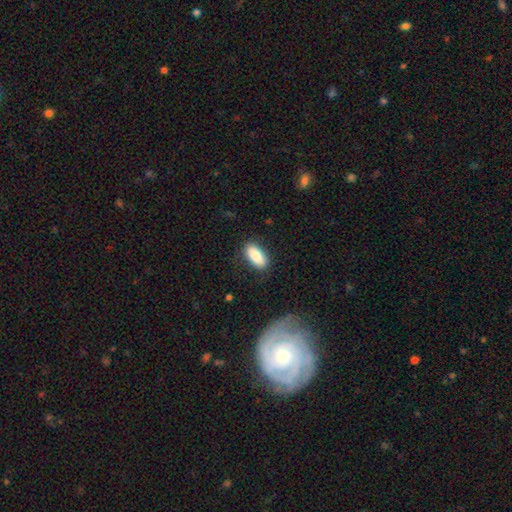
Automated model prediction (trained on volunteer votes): smooth-or-featured: smooth: 86% | featured or disk: 7% | star or artifact: 7%
  how-rounded: in between: 86% | cigar-shaped: 11% | round: 3%
  merging: none: 82% | minor disturbance: 13% | major disturbance: 4% | merger: 1%